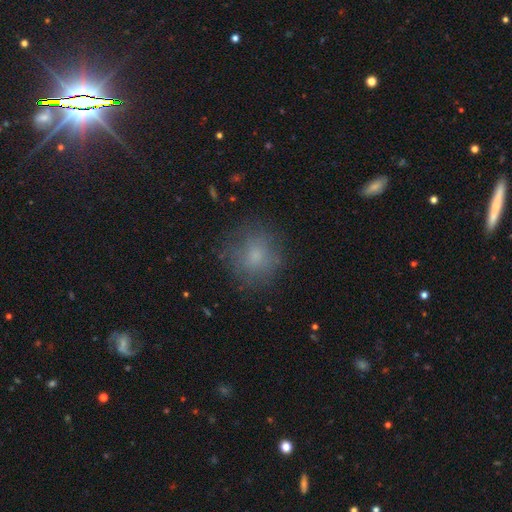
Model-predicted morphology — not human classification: The model was most divided on "smooth or featured": smooth: 72%, featured or disk: 15%, star or artifact: 13%. More confident: how rounded — round (86%); merging — none (78%).